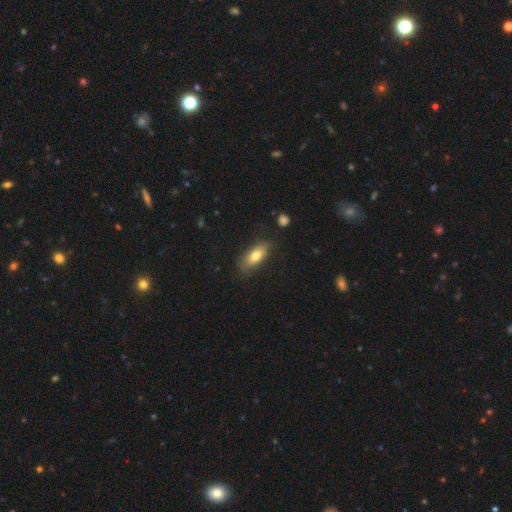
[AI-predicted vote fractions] This is likely a smooth galaxy (73%). How rounded: likely in between (79%). Merging: likely none (73%).